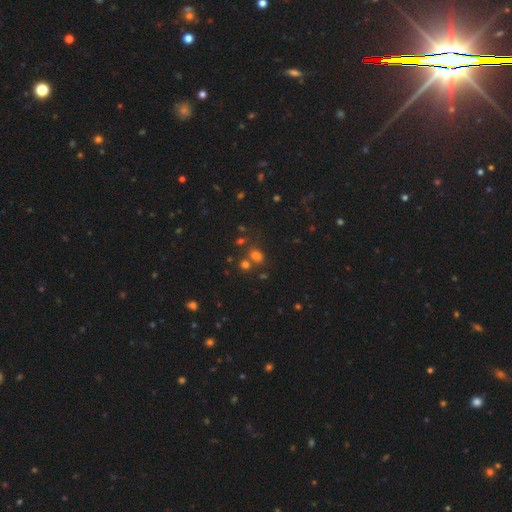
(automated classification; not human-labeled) Morphology: type=smooth (62%); roundness=round (54%); merging=none (56%).